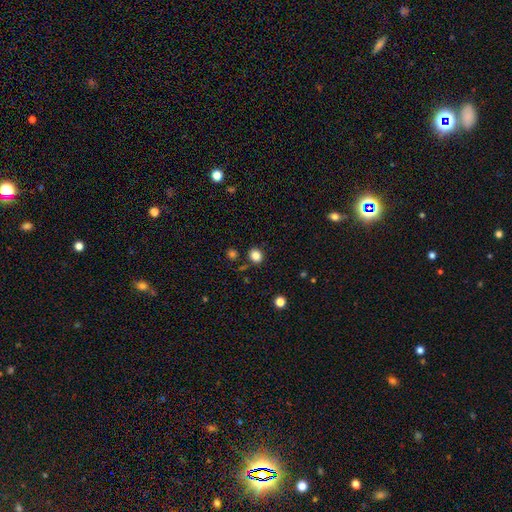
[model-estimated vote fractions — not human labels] Morphology: type=smooth (84%); roundness=round (74%); merging=none (86%).